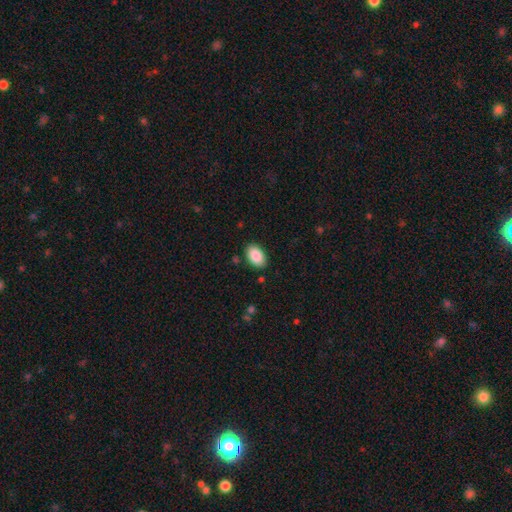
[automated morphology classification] Smooth or featured: smooth — 89% (star or artifact — 6%)
How rounded: in between — 94% (round — 5%)
Merging: none — 87% (minor disturbance — 9%)